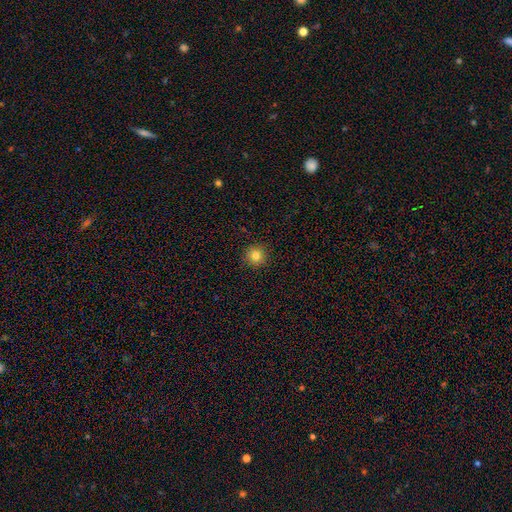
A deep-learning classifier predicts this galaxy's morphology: smooth-or-featured: smooth: 82% | star or artifact: 12% | featured or disk: 6%
  how-rounded: round: 95% | in between: 4% | cigar-shaped: 1%
  merging: none: 92% | minor disturbance: 5% | major disturbance: 2% | merger: 1%